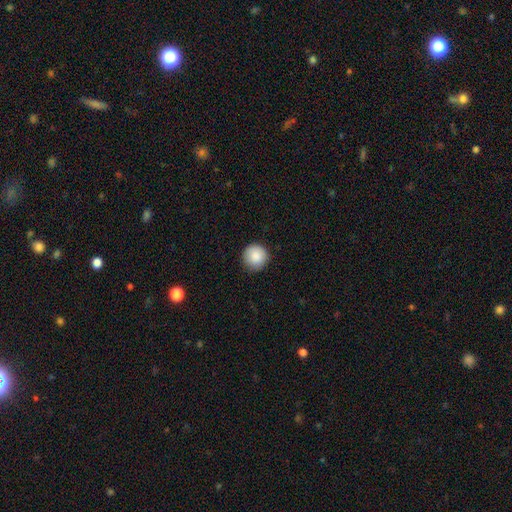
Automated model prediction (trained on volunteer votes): This appears to be a smooth galaxy with no disk features (88%) that is round (96%). Merging: none (88%).